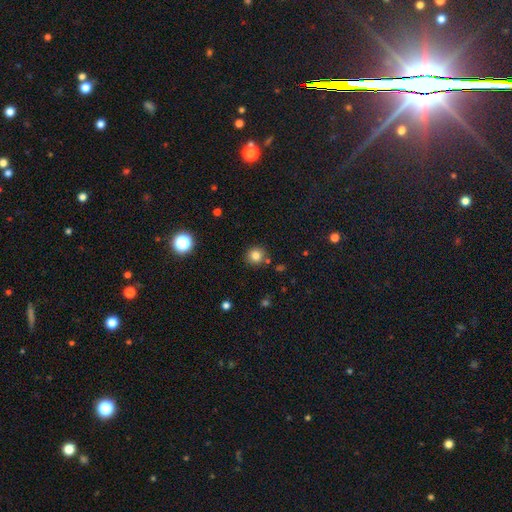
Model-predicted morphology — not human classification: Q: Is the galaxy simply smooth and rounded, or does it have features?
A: smooth — 81%.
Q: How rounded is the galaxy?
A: round — 92%.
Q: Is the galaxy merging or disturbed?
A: none — 84%.